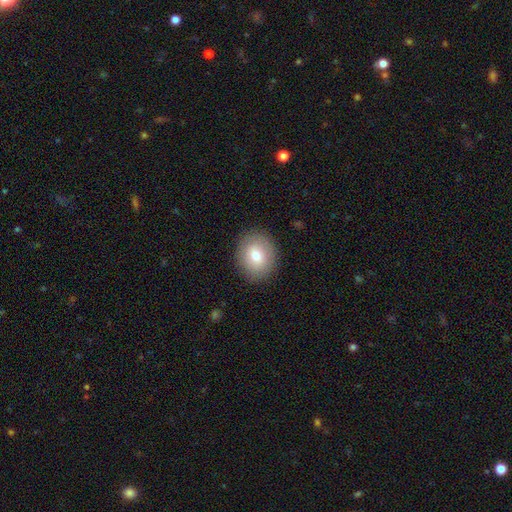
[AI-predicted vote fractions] The model was most divided on "how rounded": round: 63%, in between: 36%, cigar-shaped: 1%. More confident: merging — none (87%); smooth or featured — smooth (75%).